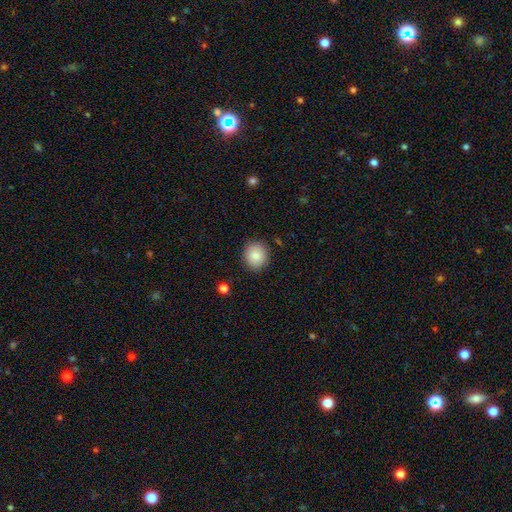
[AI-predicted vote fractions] smooth_or_featured: smooth (p=0.84) [alt: star or artifact p=0.08]
how_rounded: round (p=0.81) [alt: in between p=0.18]
merging: none (p=0.88) [alt: minor disturbance p=0.08]